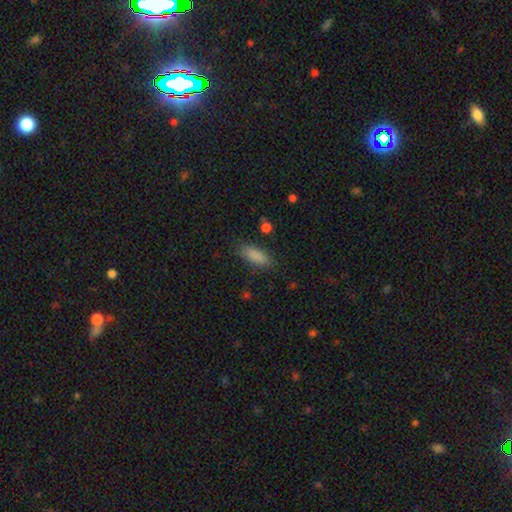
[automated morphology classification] smooth_or_featured: smooth (p=0.87) [alt: star or artifact p=0.08]
how_rounded: in between (p=0.71) [alt: cigar-shaped p=0.27]
merging: none (p=0.84) [alt: minor disturbance p=0.12]